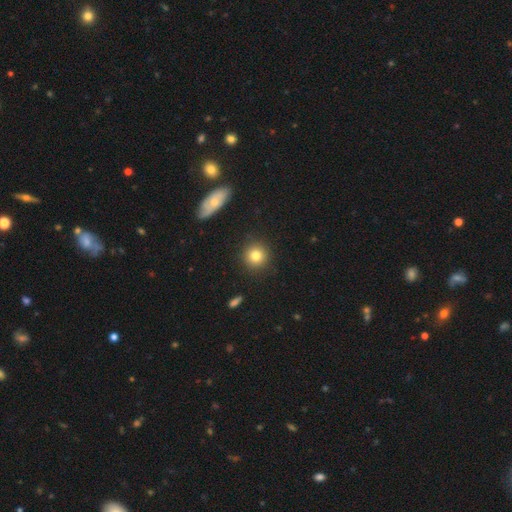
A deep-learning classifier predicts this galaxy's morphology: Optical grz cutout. It shows a smooth galaxy with no disk features (81%) that is round (92%). Merging: none (90%).